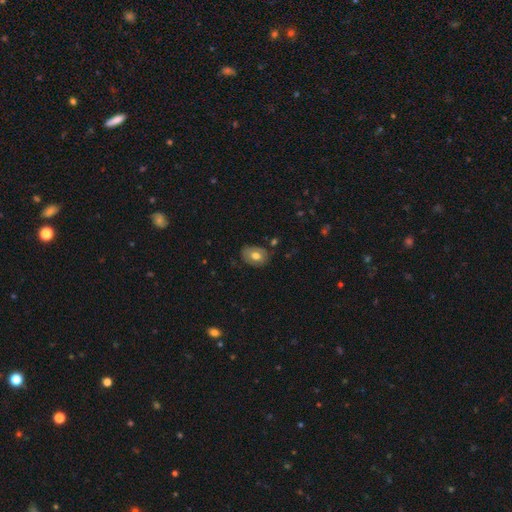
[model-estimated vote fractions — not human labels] Morphology: type=smooth (65%); roundness=in between (74%); merging=none (76%).